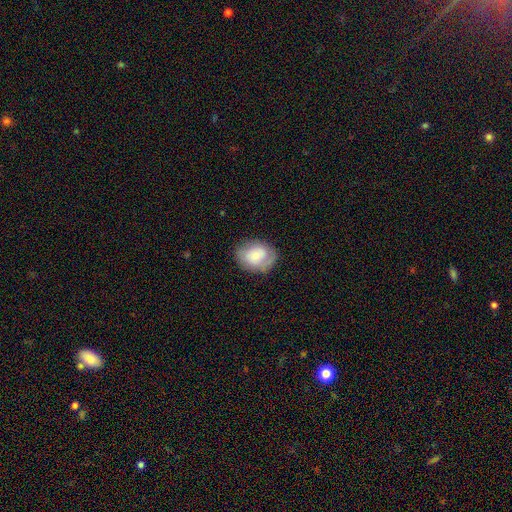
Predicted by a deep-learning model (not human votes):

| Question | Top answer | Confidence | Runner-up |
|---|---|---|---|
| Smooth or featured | smooth | 59% | featured or disk (34%) |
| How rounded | in between | 56% | round (43%) |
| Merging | none | 73% | minor disturbance (19%) |